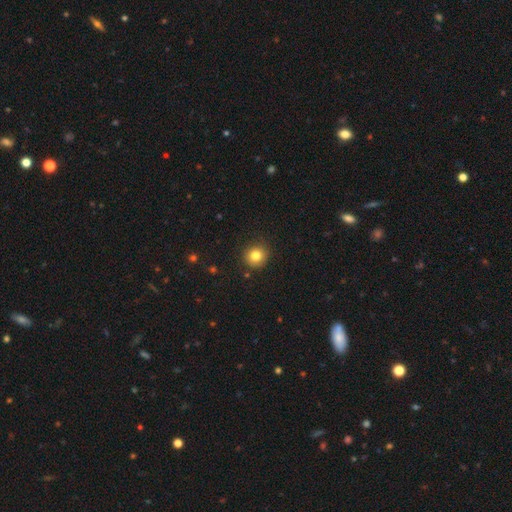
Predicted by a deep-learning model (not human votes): Smooth or featured? Predicted: smooth (p=0.82). How rounded? Predicted: round (p=0.92). Merging? Predicted: none (p=0.90).